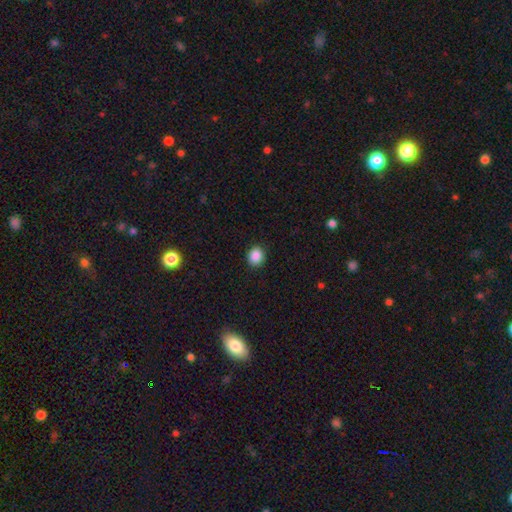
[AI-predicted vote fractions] A smooth galaxy with no disk features (87%) that is round (75%). Merging: none (90%).